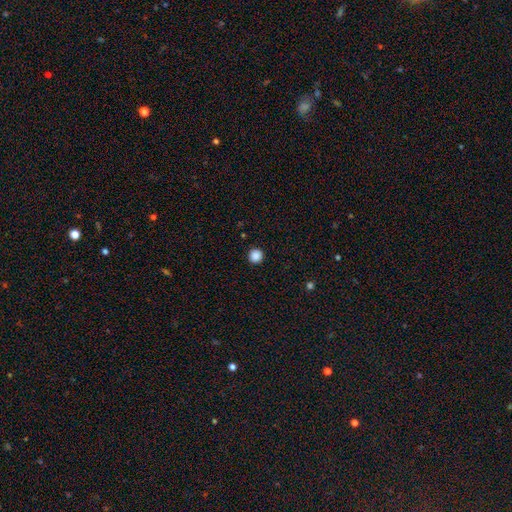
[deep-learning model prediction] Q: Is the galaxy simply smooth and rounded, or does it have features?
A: smooth — 88%.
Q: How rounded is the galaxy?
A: round — 96%.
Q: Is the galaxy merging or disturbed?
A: none — 93%.